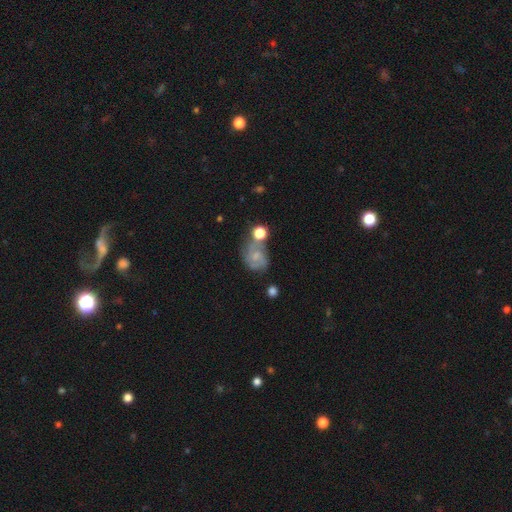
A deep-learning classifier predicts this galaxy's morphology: A featured or disk galaxy (58%) with no bar (66%), spiral arms (82%) and a small central bulge (53%). Merging: none (42%).